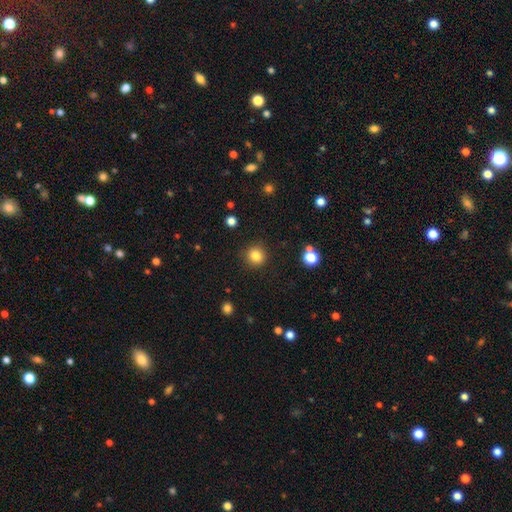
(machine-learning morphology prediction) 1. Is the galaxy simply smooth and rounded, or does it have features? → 83% smooth, 12% star or artifact, 5% featured or disk.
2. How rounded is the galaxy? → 92% round, 7% in between, 1% cigar-shaped.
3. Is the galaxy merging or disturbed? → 89% none, 7% minor disturbance, 2% major disturbance, 1% merger.